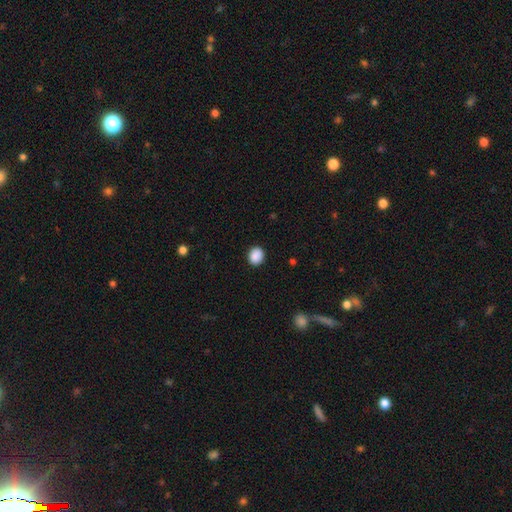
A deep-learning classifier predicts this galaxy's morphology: A smooth galaxy with no disk features (89%) that is round (69%).

Vote fractions:
- Smooth or featured? smooth: 89% / star or artifact: 8% / featured or disk: 2%
- How rounded? round: 69% / in between: 30% / cigar-shaped: 1%
- Merging? none: 90% / minor disturbance: 7% / major disturbance: 2% / merger: 1%